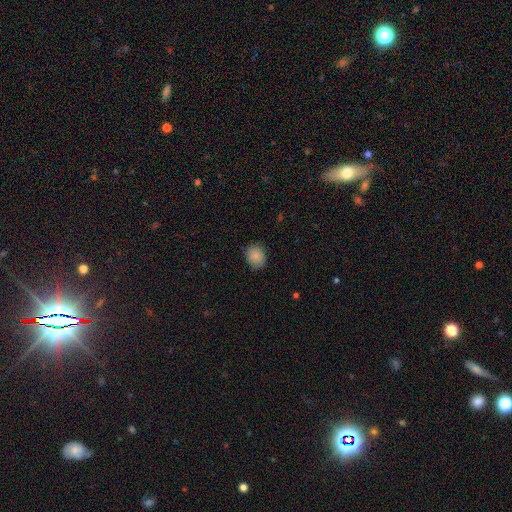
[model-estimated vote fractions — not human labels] Smooth or featured? Predicted: smooth (p=0.87). How rounded? Predicted: round (p=0.64). Merging? Predicted: none (p=0.84).